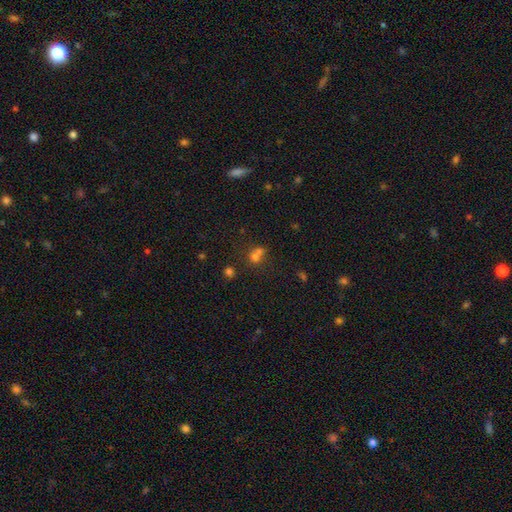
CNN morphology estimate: type=smooth (63%); roundness=round (75%); merging=merger (55%).